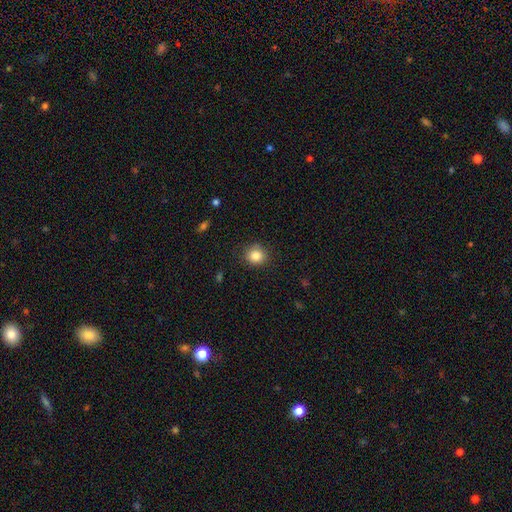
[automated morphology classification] This is clearly a smooth galaxy (85%). How rounded: clearly round (86%). Merging: clearly none (87%).